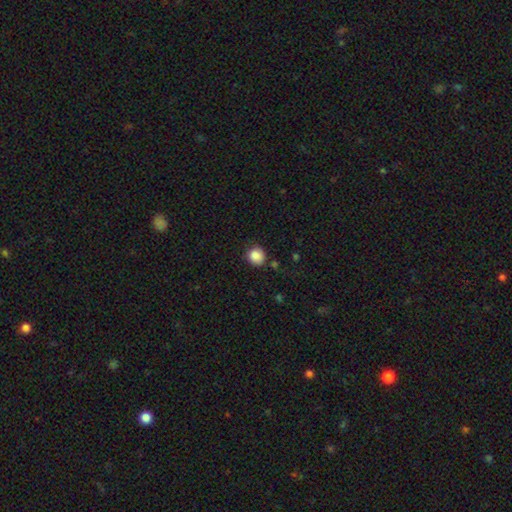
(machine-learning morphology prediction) Smooth or featured: smooth — 87% (star or artifact — 9%)
How rounded: round — 86% (in between — 13%)
Merging: none — 80% (minor disturbance — 14%)